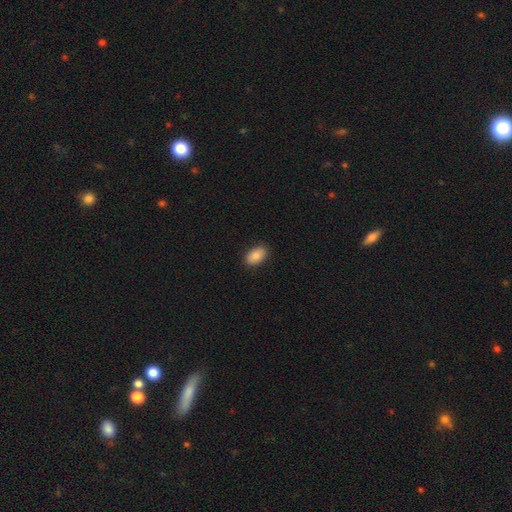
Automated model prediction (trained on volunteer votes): A smooth galaxy with no disk features (87%) that is in between round and cigar-shaped (90%). Merging: none (89%).